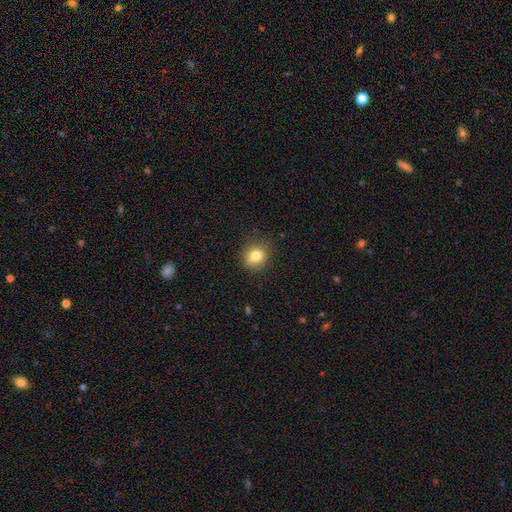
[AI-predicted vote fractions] The model was most divided on "how rounded": round: 77%, in between: 22%, cigar-shaped: 1%. More confident: merging — none (84%); smooth or featured — smooth (80%).